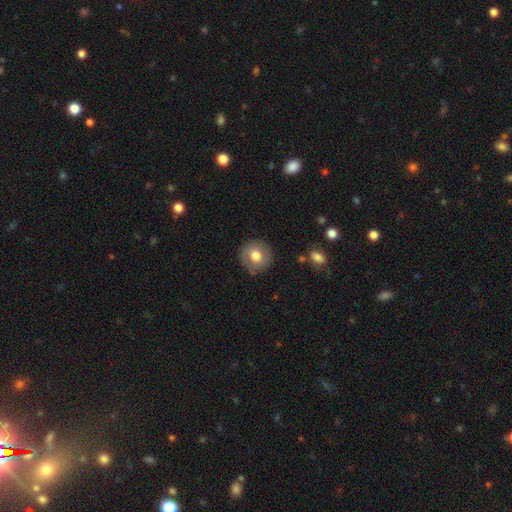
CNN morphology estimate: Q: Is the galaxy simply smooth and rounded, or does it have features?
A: smooth — 73%.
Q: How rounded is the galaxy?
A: round — 92%.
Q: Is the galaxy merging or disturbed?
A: none — 86%.